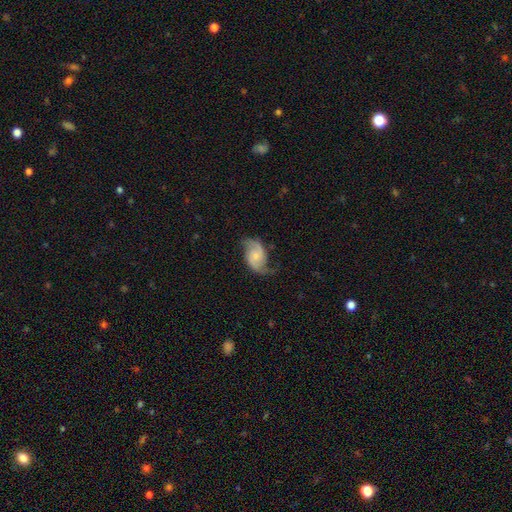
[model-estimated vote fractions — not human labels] Smooth or featured? featured or disk (79%)
Edge-on disk? no (97%)
Bar? no (65%)
Spiral arms? yes (96%)
Spiral winding? loose (47%)
Spiral arm count? 2 (91%)
Bulge size? small (54%)
Merging? none (68%)